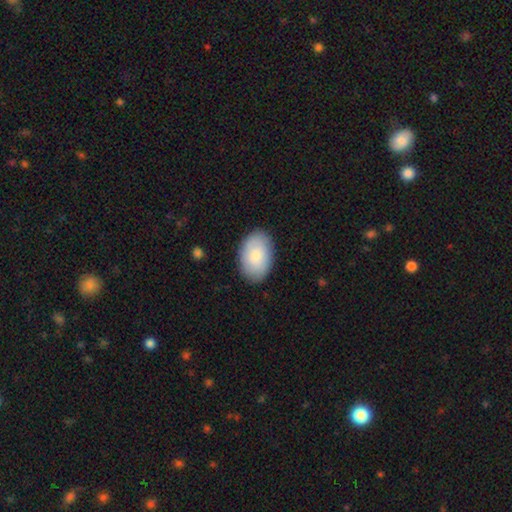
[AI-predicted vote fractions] smooth_or_featured: smooth (p=0.79) [alt: featured or disk p=0.15]
how_rounded: in between (p=0.90) [alt: round p=0.09]
merging: none (p=0.86) [alt: minor disturbance p=0.11]